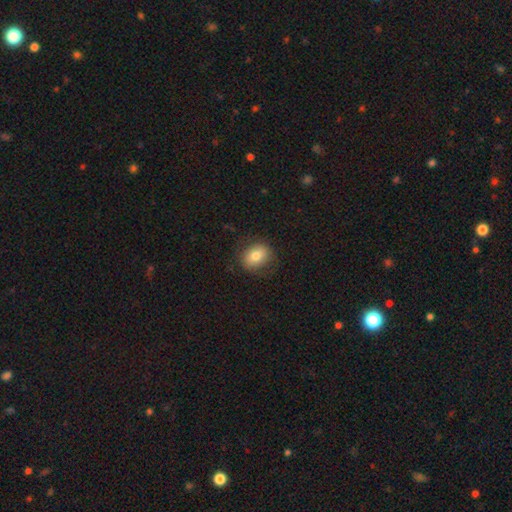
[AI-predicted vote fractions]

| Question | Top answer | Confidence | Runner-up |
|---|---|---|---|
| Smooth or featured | smooth | 77% | featured or disk (14%) |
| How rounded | in between | 55% | round (44%) |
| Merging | none | 81% | minor disturbance (13%) |